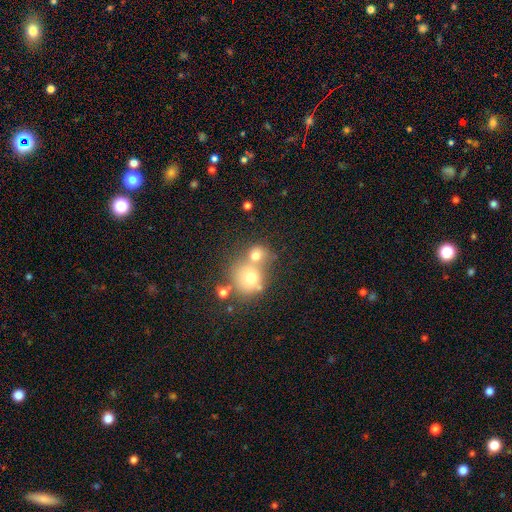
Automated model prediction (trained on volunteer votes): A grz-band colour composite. It shows a smooth galaxy with no disk features (70%) that is round (75%). Merging: merger (51%).